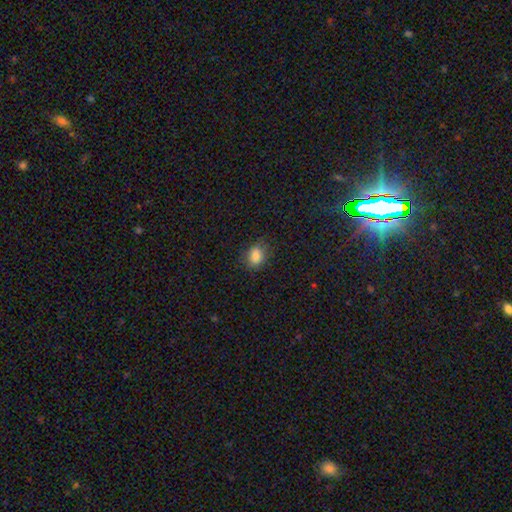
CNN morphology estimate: Smooth or featured: smooth — 84% (star or artifact — 11%)
How rounded: in between — 65% (round — 33%)
Merging: none — 78% (minor disturbance — 16%)